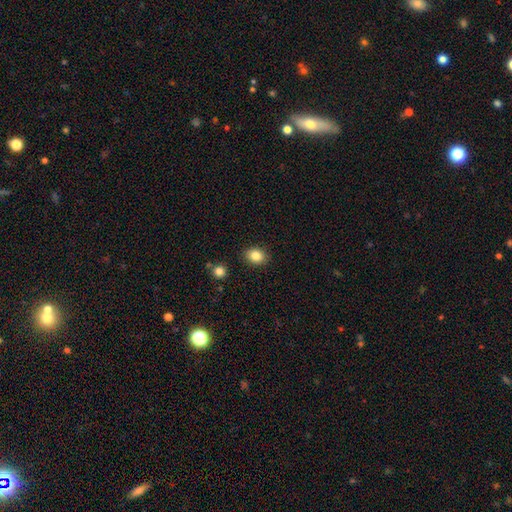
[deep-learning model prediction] The model was most divided on "how rounded": in between: 60%, round: 39%, cigar-shaped: 1%. More confident: merging — none (88%); smooth or featured — smooth (84%).